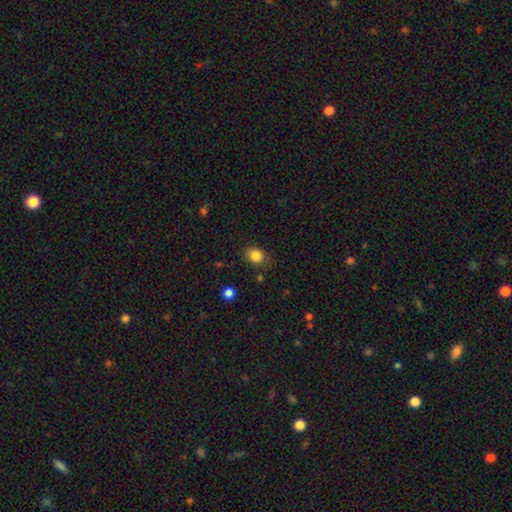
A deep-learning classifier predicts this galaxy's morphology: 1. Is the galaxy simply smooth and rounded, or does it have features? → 84% smooth, 11% star or artifact, 5% featured or disk.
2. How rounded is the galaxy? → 52% round, 47% in between, 1% cigar-shaped.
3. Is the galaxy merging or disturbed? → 80% none, 14% minor disturbance, 4% major disturbance, 2% merger.